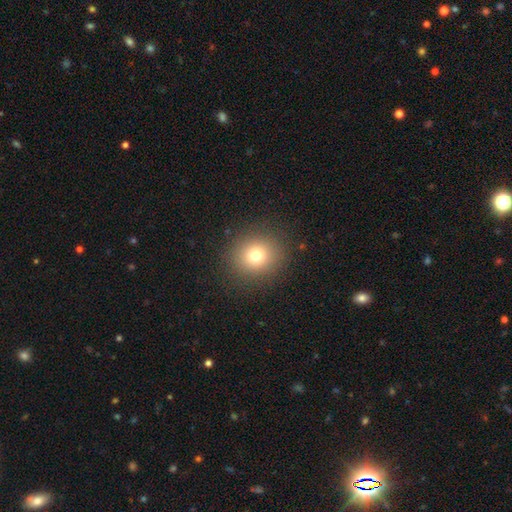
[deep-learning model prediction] Smooth or featured: smooth — 76% (star or artifact — 14%)
How rounded: round — 86% (in between — 13%)
Merging: none — 89% (minor disturbance — 7%)